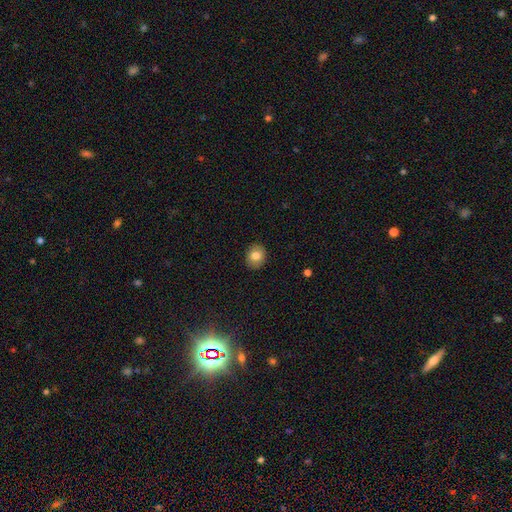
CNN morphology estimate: Q: Smooth or featured?
A: smooth (79%); runner-up: featured or disk (12%)
Q: How rounded?
A: round (66%); runner-up: in between (33%)
Q: Merging?
A: none (89%); runner-up: minor disturbance (8%)